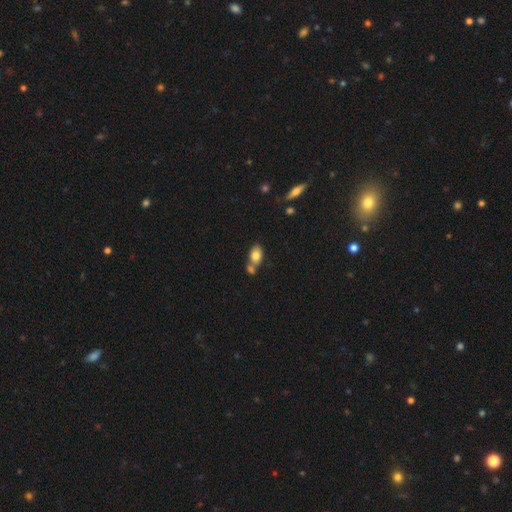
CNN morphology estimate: The model was most divided on "merging": none: 44%, merger: 40%, minor disturbance: 12%, major disturbance: 4%. More confident: how rounded — in between (85%); smooth or featured — smooth (80%).